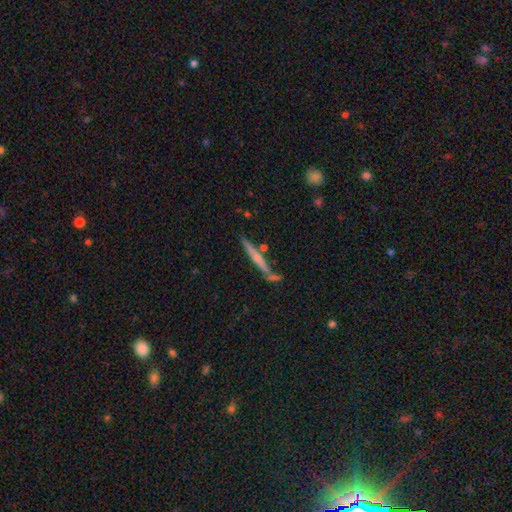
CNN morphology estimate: Smooth or featured? Predicted: featured or disk (p=0.54). Edge-on disk? Predicted: yes (p=0.95). Edge-on bulge? Predicted: none (p=0.48). Merging? Predicted: none (p=0.73).